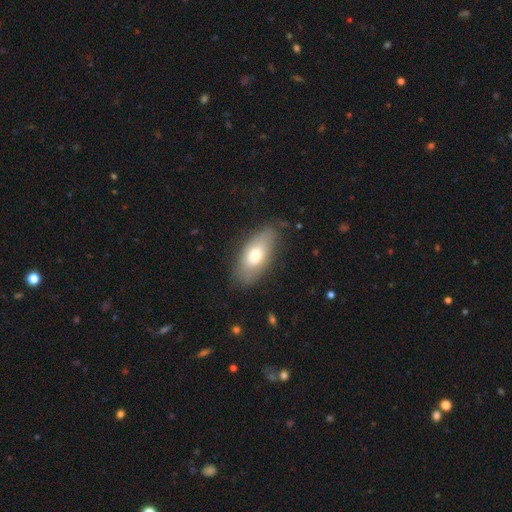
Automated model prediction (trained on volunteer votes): This appears to be a smooth galaxy with no disk features (65%) that is in between round and cigar-shaped (85%). Merging: none (77%).